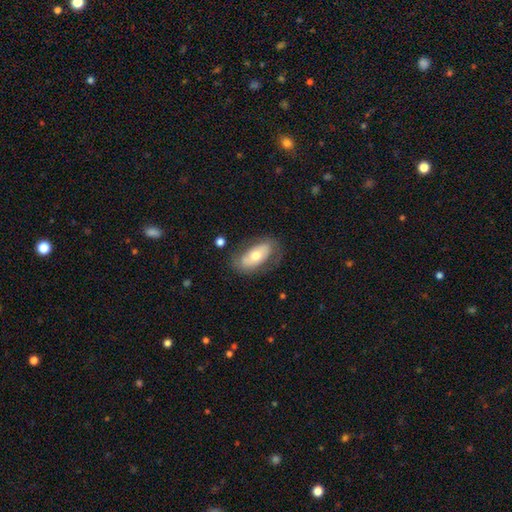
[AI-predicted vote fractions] Overall: smooth (48%; featured or disk 45%). Merging: none (70%).